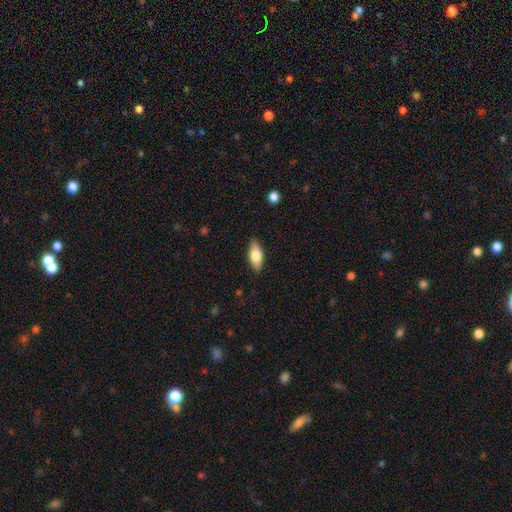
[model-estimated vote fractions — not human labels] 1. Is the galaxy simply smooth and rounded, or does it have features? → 70% smooth, 24% featured or disk, 6% star or artifact.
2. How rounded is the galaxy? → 76% in between, 21% cigar-shaped, 3% round.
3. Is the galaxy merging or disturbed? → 88% none, 9% minor disturbance, 2% major disturbance, 1% merger.